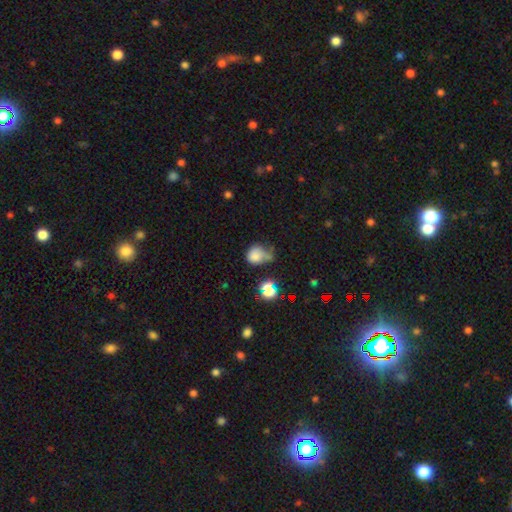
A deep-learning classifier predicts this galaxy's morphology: A smooth galaxy with no disk features (74%) that is round (61%).

Vote fractions:
- Smooth or featured? smooth: 74% / star or artifact: 15% / featured or disk: 12%
- How rounded? round: 61% / in between: 38% / cigar-shaped: 1%
- Merging? none: 33% / minor disturbance: 28% / major disturbance: 21% / merger: 19%